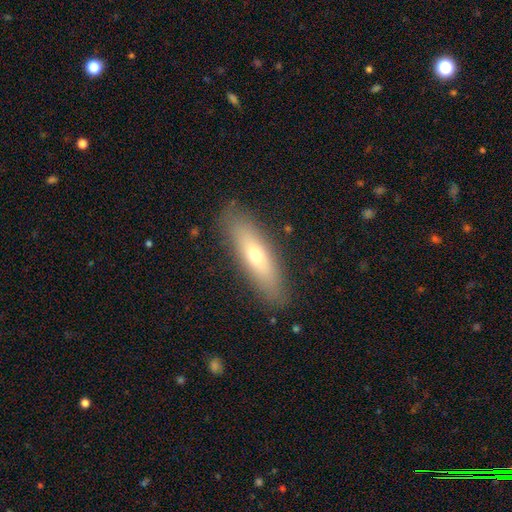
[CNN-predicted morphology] This is possibly a smooth galaxy (54%). How rounded: likely cigar-shaped (65%). Merging: clearly none (87%).